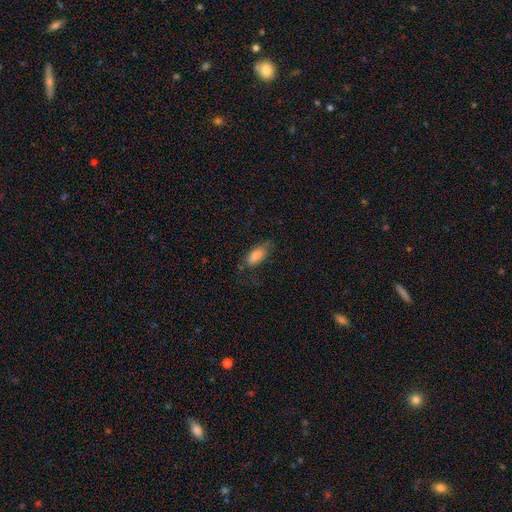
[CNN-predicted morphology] This is likely a smooth galaxy (79%). How rounded: clearly in between (84%). Merging: possibly none (58%).